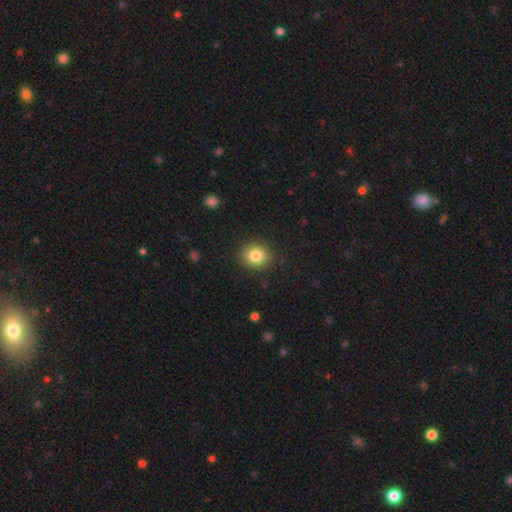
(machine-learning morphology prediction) Smooth or featured? smooth (83%)
How rounded? round (80%)
Merging? none (89%)